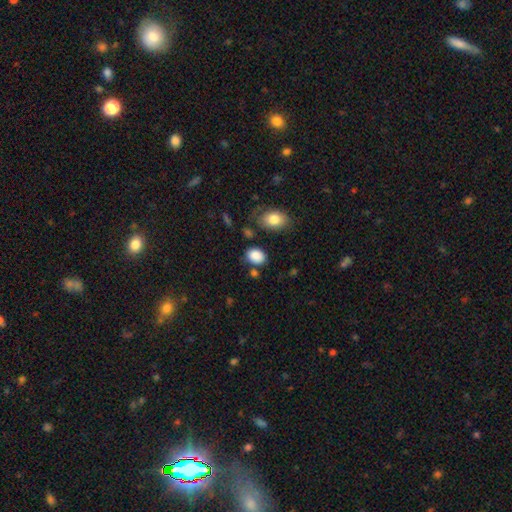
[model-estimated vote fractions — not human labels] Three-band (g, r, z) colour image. It shows a smooth galaxy with no disk features (88%) that is in between round and cigar-shaped (67%). Merging: none (75%).